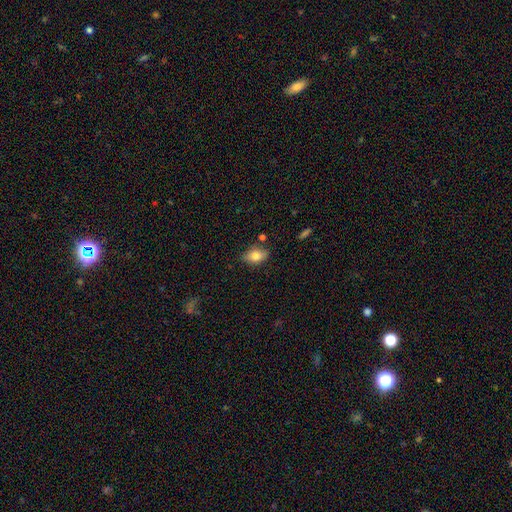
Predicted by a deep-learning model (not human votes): smooth-or-featured: smooth: 73% | featured or disk: 18% | star or artifact: 8%
  how-rounded: in between: 83% | round: 13% | cigar-shaped: 5%
  merging: none: 78% | minor disturbance: 16% | merger: 3% | major disturbance: 3%